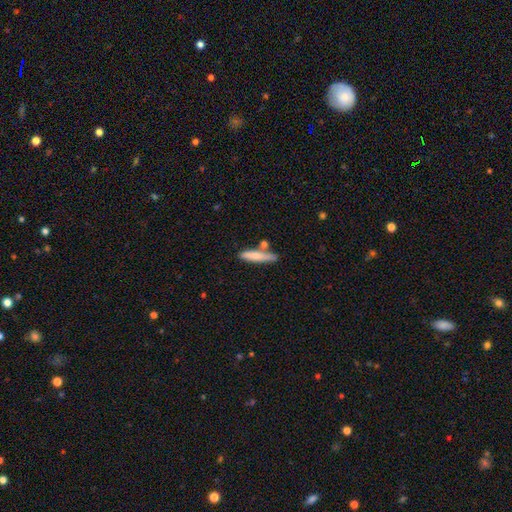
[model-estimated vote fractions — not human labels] Morphology: type=smooth (71%); roundness=cigar-shaped (84%); merging=none (66%).